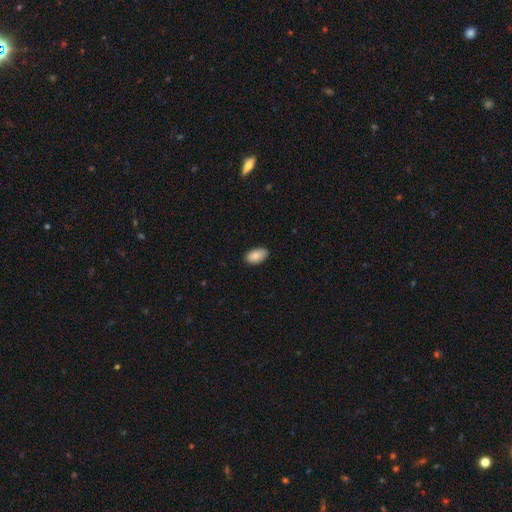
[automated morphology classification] Smooth or featured? Predicted: smooth (p=0.86). How rounded? Predicted: in between (p=0.94). Merging? Predicted: none (p=0.85).